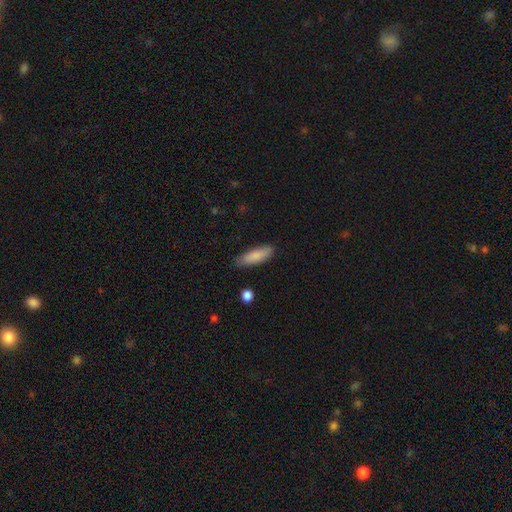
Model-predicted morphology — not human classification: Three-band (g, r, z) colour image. It shows a smooth galaxy with no disk features (84%) that is cigar-shaped (52%). Merging: none (83%).